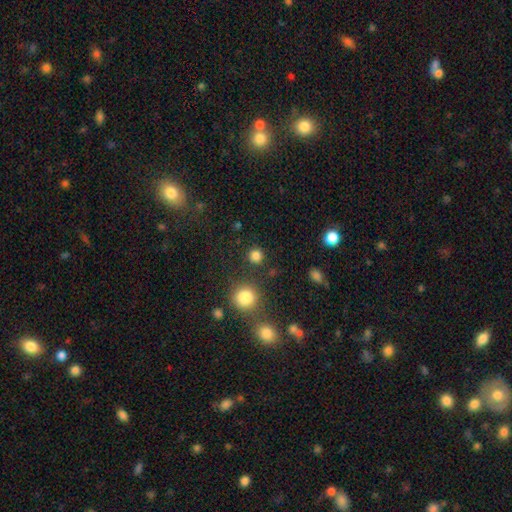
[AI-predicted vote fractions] smooth 82%, star or artifact 14%, featured or disk 4%. Down the decision tree: how rounded — round (92%); merging — none (87%).